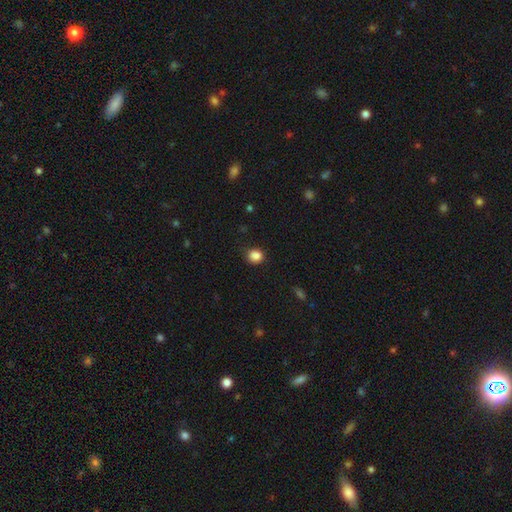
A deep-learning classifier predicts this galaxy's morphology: A smooth galaxy with no disk features (86%) that is round (79%).

Vote fractions:
- Smooth or featured? smooth: 86% / star or artifact: 11% / featured or disk: 3%
- How rounded? round: 79% / in between: 20% / cigar-shaped: 1%
- Merging? none: 81% / minor disturbance: 14% / major disturbance: 3% / merger: 1%